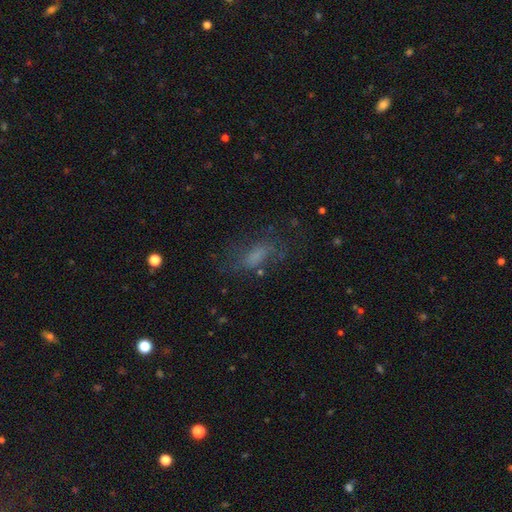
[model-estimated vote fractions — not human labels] Smooth or featured: smooth — 54% (featured or disk — 29%)
How rounded: in between — 73% (cigar-shaped — 21%)
Merging: none — 55% (major disturbance — 21%)